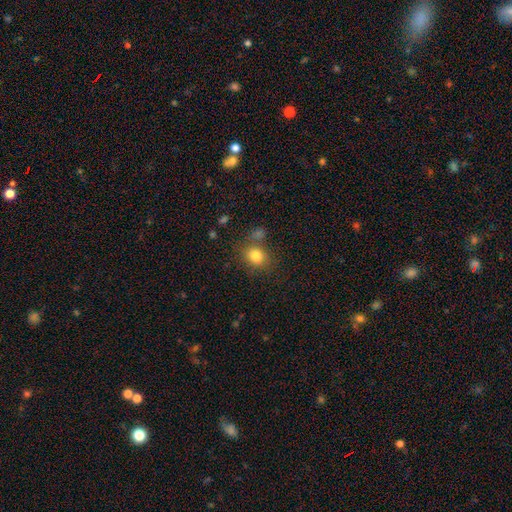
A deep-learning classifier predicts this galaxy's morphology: The model was most divided on "how rounded": round: 67%, in between: 32%, cigar-shaped: 1%. More confident: smooth or featured — smooth (81%); merging — none (67%).